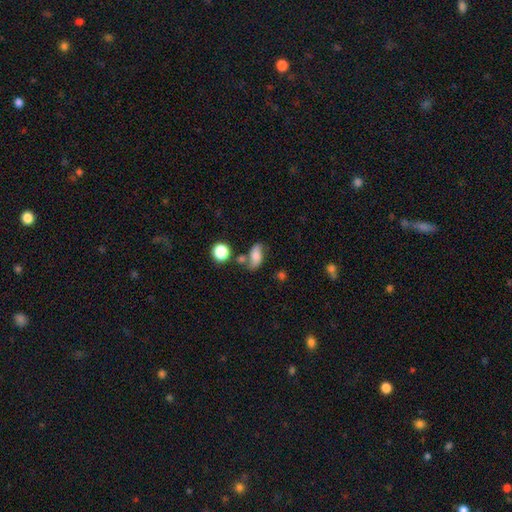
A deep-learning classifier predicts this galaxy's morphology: smooth 67%, featured or disk 22%, star or artifact 11%. Down the decision tree: how rounded — in between (80%); merging — none (57%).